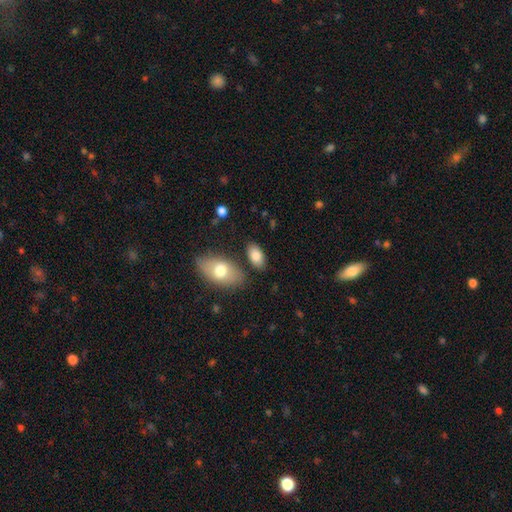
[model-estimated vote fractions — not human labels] A smooth galaxy with no disk features (82%) that is in between round and cigar-shaped (93%).

Vote fractions:
- Smooth or featured? smooth: 82% / featured or disk: 12% / star or artifact: 7%
- How rounded? in between: 93% / round: 4% / cigar-shaped: 2%
- Merging? none: 78% / minor disturbance: 12% / merger: 7% / major disturbance: 3%